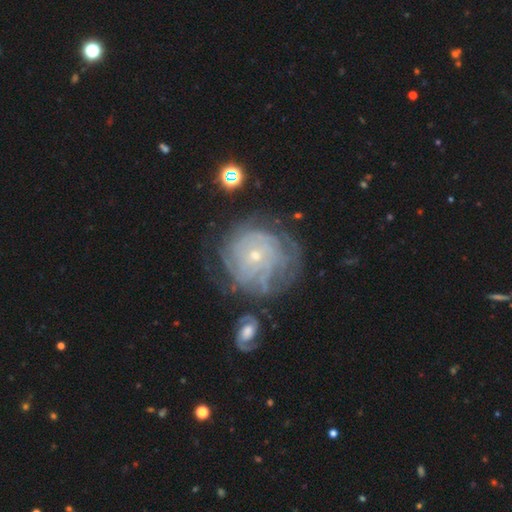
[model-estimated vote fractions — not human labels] A featured or disk galaxy (79%) with no bar (83%), tight (78%) spiral arms (86%) and a small central bulge (78%). Merging: none (60%).